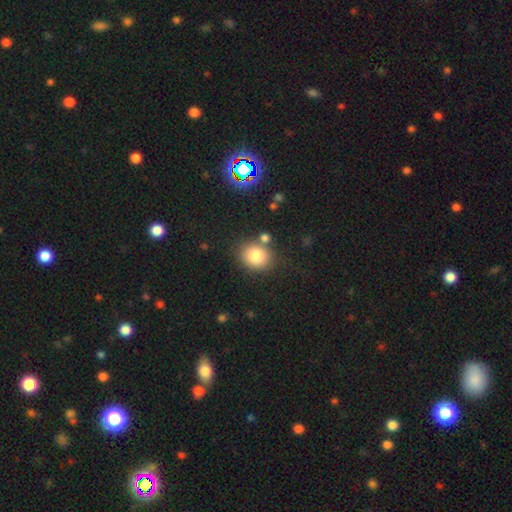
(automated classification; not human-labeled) Morphology: type=smooth (80%); roundness=round (74%); merging=none (76%).